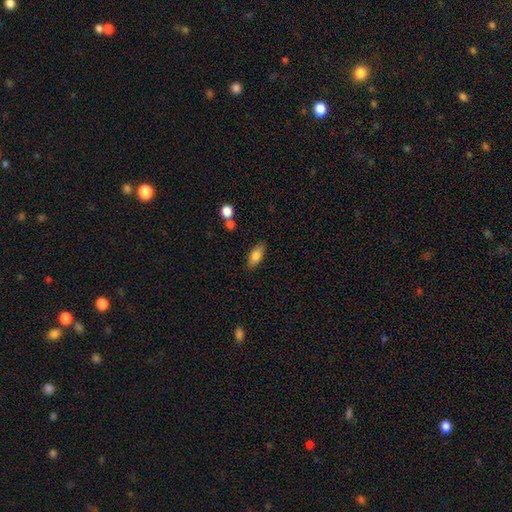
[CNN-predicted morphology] Smooth or featured? smooth (79%)
How rounded? in between (82%)
Merging? none (84%)